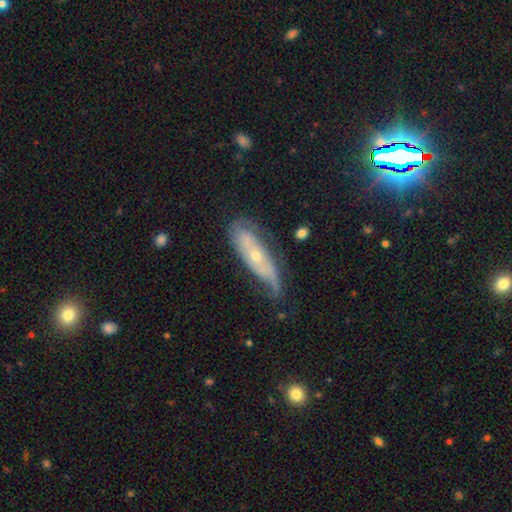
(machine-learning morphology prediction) Smooth or featured? featured or disk (67%)
Edge-on disk? no (77%)
Bar? no (75%)
Spiral arms? yes (81%)
Bulge size? small (62%)
Merging? none (49%)